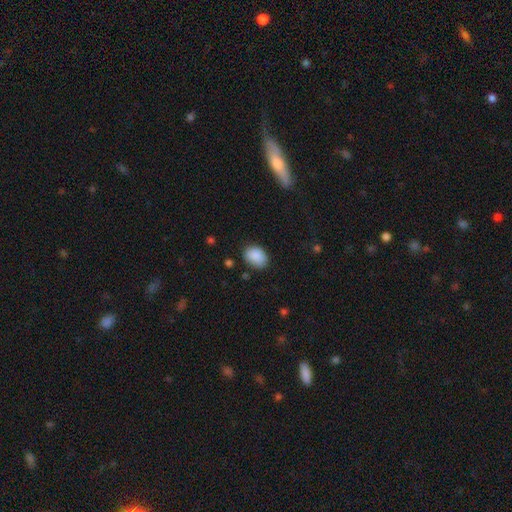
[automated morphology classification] A smooth galaxy with no disk features (88%) that is in between round and cigar-shaped (73%). Merging: none (76%).